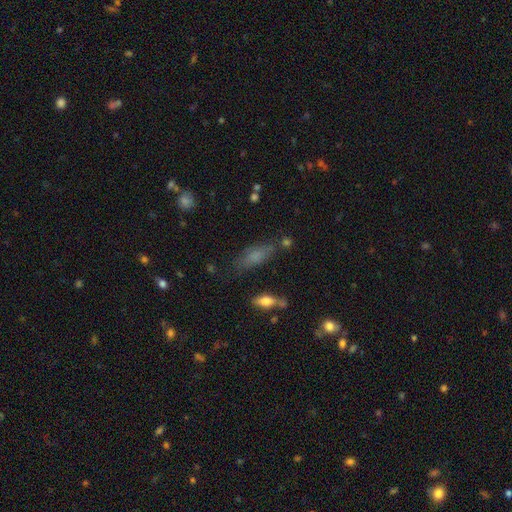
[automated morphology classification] The model was most divided on "how rounded": in between: 60%, cigar-shaped: 36%, round: 4%. More confident: merging — none (67%); smooth or featured — smooth (66%).